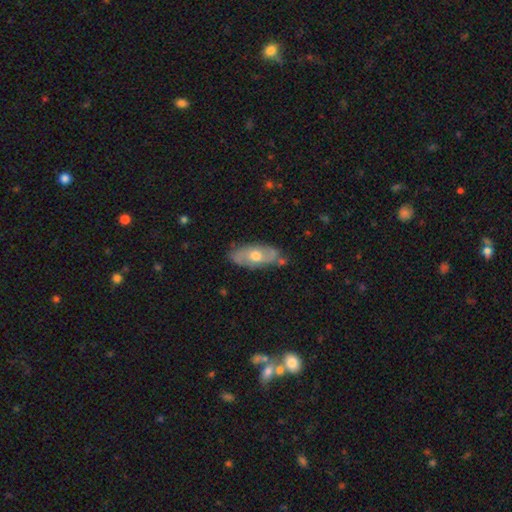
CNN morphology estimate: Q: Smooth or featured?
A: featured or disk (59%); runner-up: smooth (35%)
Q: Edge-on disk?
A: no (82%); runner-up: yes (18%)
Q: Merging?
A: none (76%); runner-up: minor disturbance (17%)